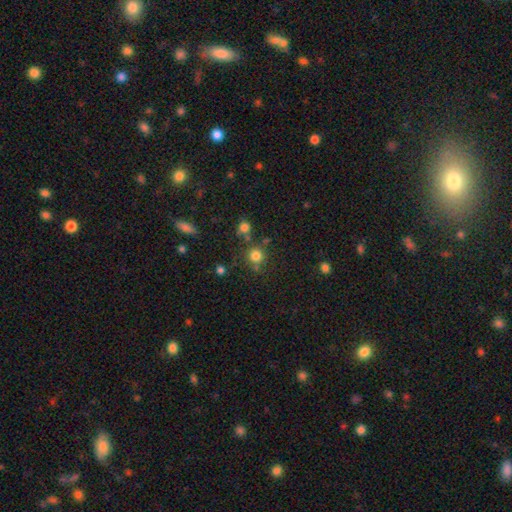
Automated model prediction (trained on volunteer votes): Smooth or featured? smooth (78%)
How rounded? round (92%)
Merging? none (72%)